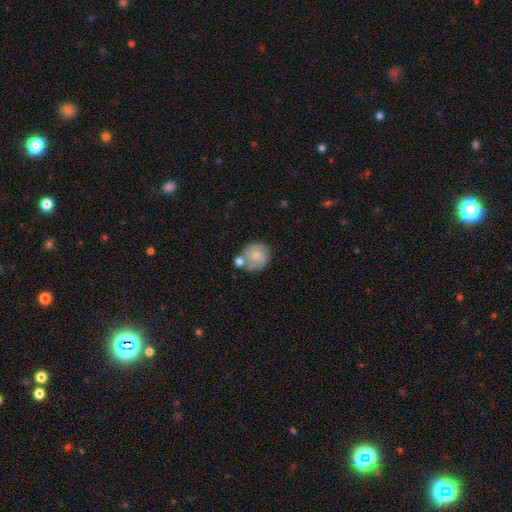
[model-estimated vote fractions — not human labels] This is possibly a smooth galaxy (57%). How rounded: clearly round (85%). Merging: possibly none (55%).